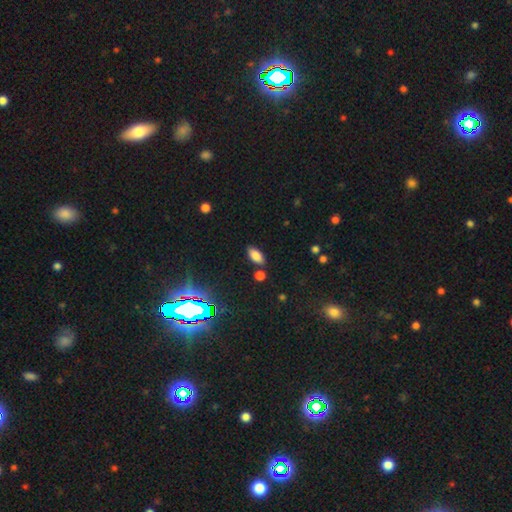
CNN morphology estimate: This is likely a smooth galaxy (78%). How rounded: clearly in between (89%). Merging: clearly none (82%).